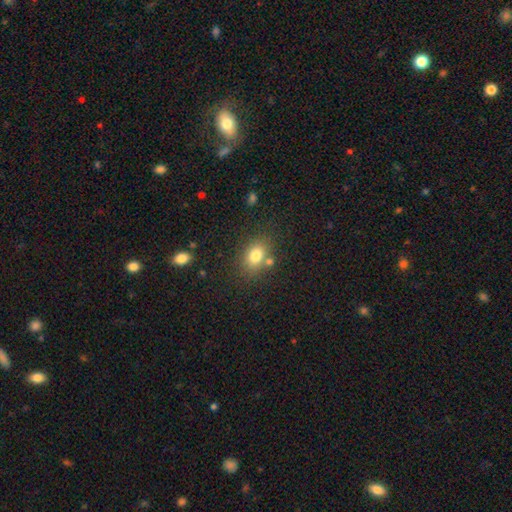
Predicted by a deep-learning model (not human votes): Morphology: type=smooth (78%); roundness=in between (71%); merging=none (71%).